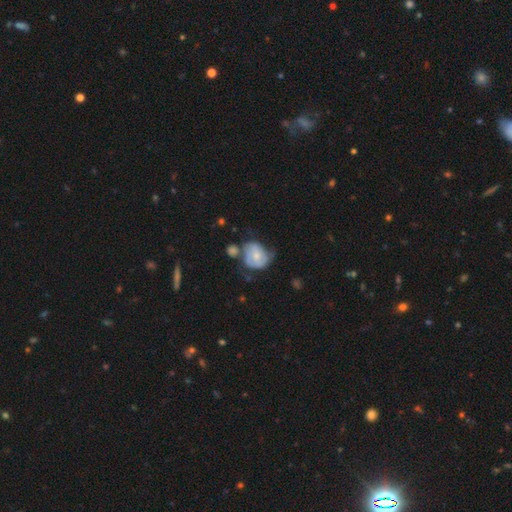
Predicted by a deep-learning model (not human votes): Overall: featured or disk (51%; smooth 42%). Edge-on disk: no (97%). Merging: none (34%; minor disturbance 31%).